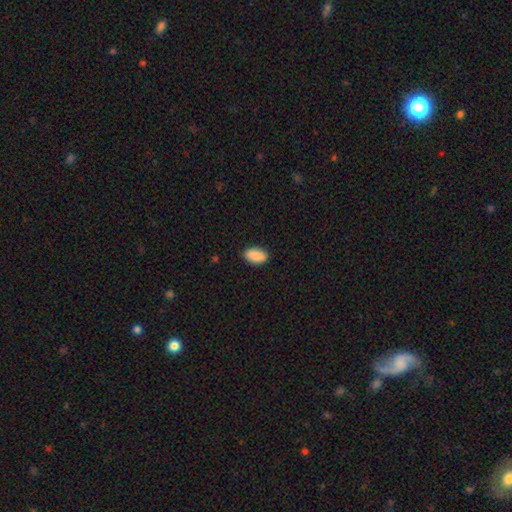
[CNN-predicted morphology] Smooth or featured: smooth — 90% (star or artifact — 7%)
How rounded: in between — 93% (round — 4%)
Merging: none — 88% (minor disturbance — 9%)